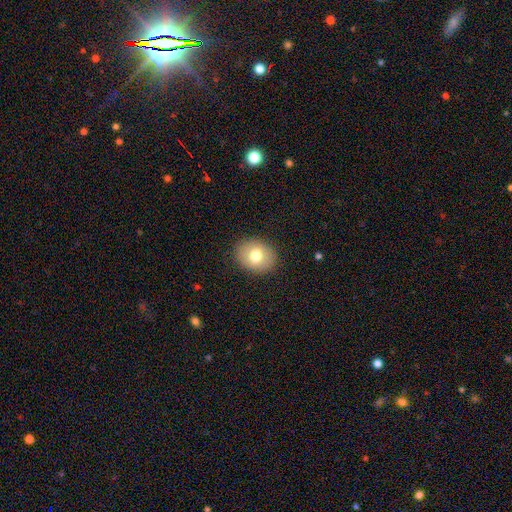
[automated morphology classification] smooth-or-featured: smooth: 75% | featured or disk: 16% | star or artifact: 9%
  how-rounded: round: 53% | in between: 46% | cigar-shaped: 1%
  merging: none: 89% | minor disturbance: 8% | major disturbance: 2% | merger: 1%